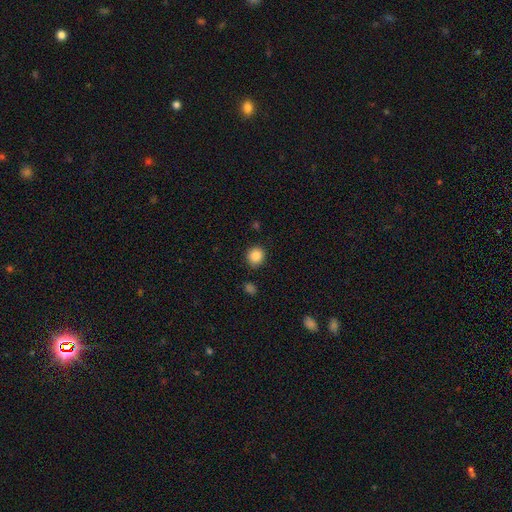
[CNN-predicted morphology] Smooth or featured?
  - smooth: 86% *
  - star or artifact: 10%
  - featured or disk: 4%
How rounded?
  - round: 88% *
  - in between: 11%
  - cigar-shaped: 1%
Merging?
  - none: 88% *
  - minor disturbance: 7%
  - major disturbance: 2%
  - merger: 2%